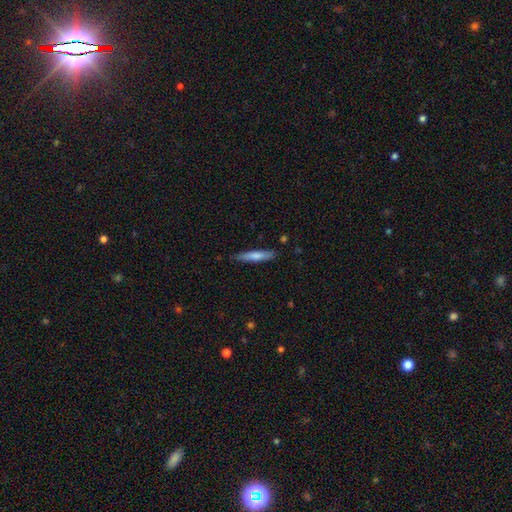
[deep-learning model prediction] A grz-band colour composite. It shows a smooth galaxy with no disk features (69%) that is cigar-shaped (88%). Merging: none (82%).